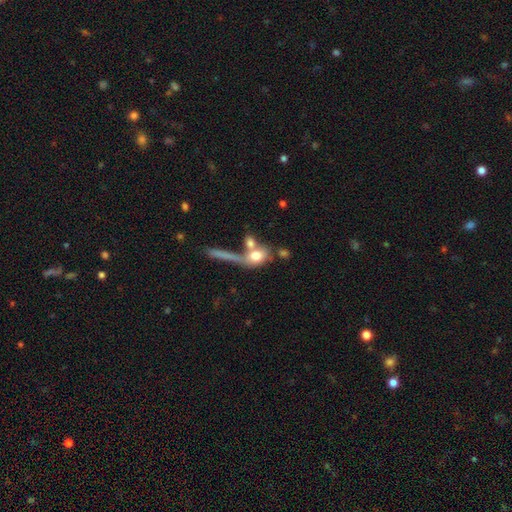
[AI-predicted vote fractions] A smooth galaxy with no disk features (70%) that is in between round and cigar-shaped (64%).

Vote fractions:
- Smooth or featured? smooth: 70% / featured or disk: 22% / star or artifact: 8%
- How rounded? in between: 64% / round: 25% / cigar-shaped: 11%
- Merging? merger: 44% / none: 33% / major disturbance: 12% / minor disturbance: 11%